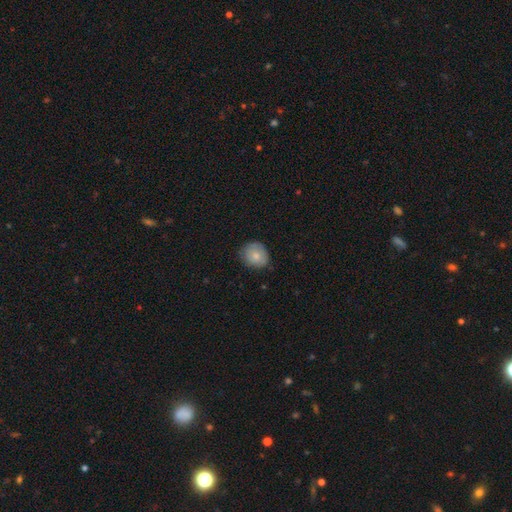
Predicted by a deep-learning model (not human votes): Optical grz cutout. It shows a smooth galaxy with no disk features (77%) that is round (77%). Merging: none (74%).